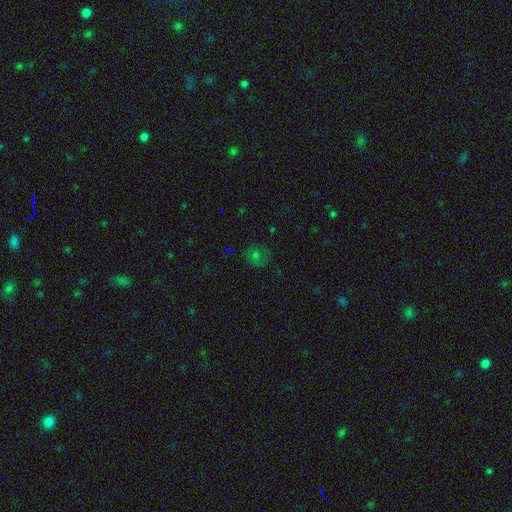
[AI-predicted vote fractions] This appears to be a smooth galaxy with no disk features (49%). Merging: none (76%).